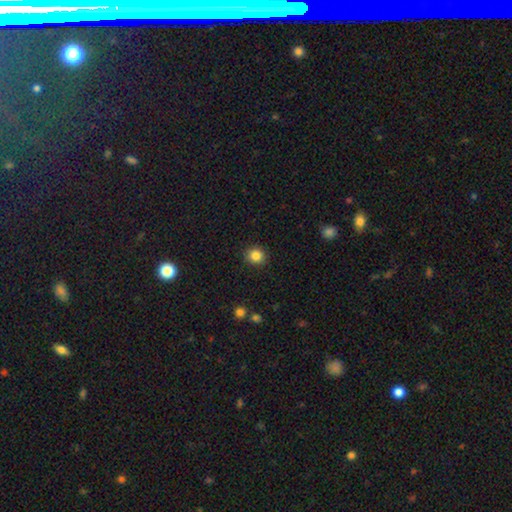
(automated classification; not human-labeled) The model was most divided on "how rounded": round: 85%, in between: 14%, cigar-shaped: 1%. More confident: merging — none (91%); smooth or featured — smooth (85%).